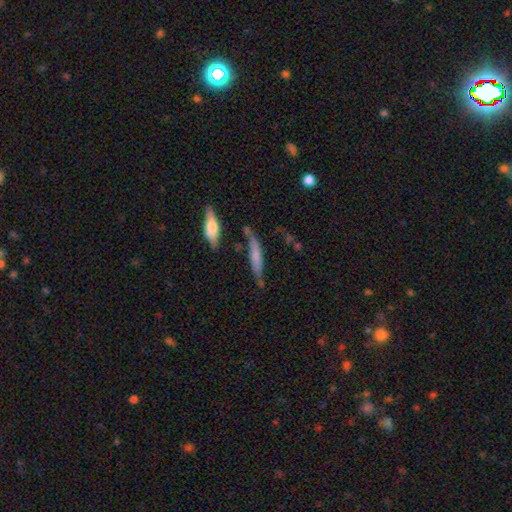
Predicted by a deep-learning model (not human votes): smooth 58%, featured or disk 36%, star or artifact 7%. Down the decision tree: how rounded — cigar-shaped (85%); merging — none (64%).